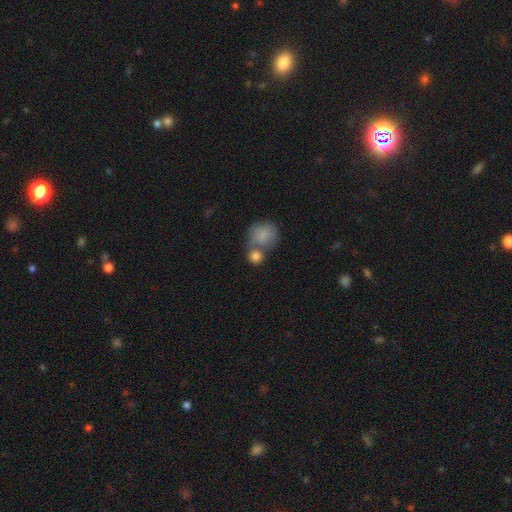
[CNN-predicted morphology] smooth-or-featured: smooth: 82% | featured or disk: 9% | star or artifact: 8%
  how-rounded: round: 81% | in between: 18% | cigar-shaped: 1%
  merging: merger: 48% | none: 38% | minor disturbance: 9% | major disturbance: 4%